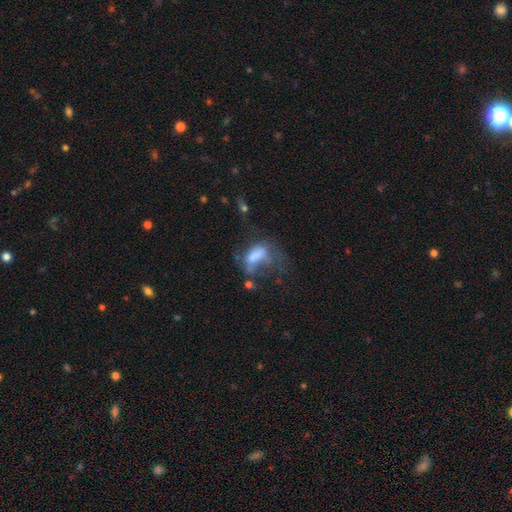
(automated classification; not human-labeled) This appears to be a smooth galaxy with no disk features (54%) that is in between round and cigar-shaped (84%). Merging: major disturbance (51%).